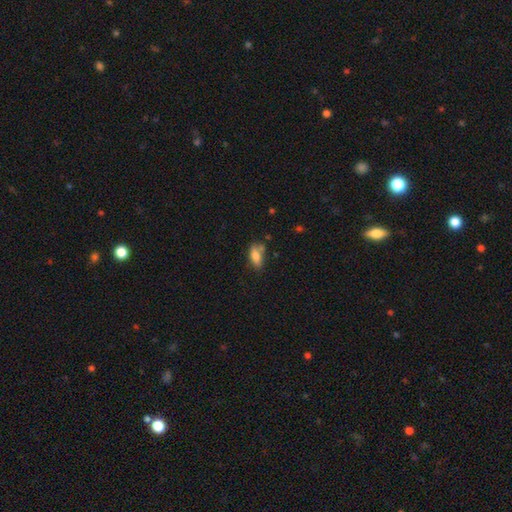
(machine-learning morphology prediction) smooth 79%, featured or disk 13%, star or artifact 8%. Down the decision tree: how rounded — in between (79%); merging — none (58%).